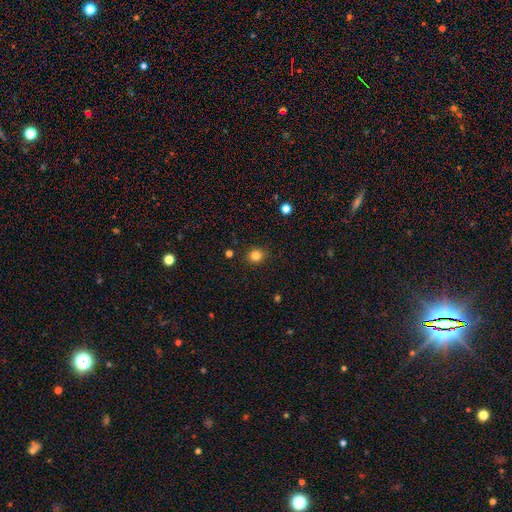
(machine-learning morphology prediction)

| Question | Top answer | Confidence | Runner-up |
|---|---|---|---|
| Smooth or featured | smooth | 83% | star or artifact (12%) |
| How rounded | round | 82% | in between (17%) |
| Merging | none | 88% | minor disturbance (9%) |